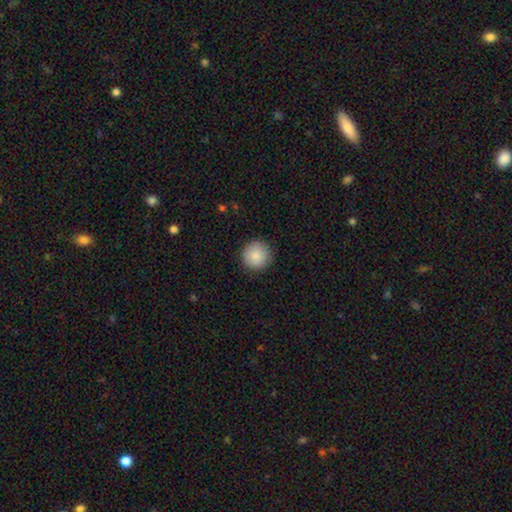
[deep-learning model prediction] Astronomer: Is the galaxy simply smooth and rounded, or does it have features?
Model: smooth — 87%.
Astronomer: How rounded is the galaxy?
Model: round — 95%.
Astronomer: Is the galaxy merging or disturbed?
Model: none — 91%.